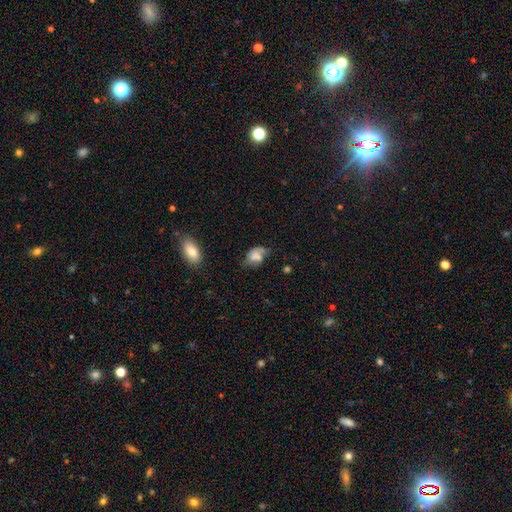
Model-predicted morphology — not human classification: A smooth galaxy with no disk features (66%) that is in between round and cigar-shaped (84%).

Vote fractions:
- Smooth or featured? smooth: 66% / featured or disk: 22% / star or artifact: 12%
- How rounded? in between: 84% / round: 13% / cigar-shaped: 2%
- Merging? none: 37% / minor disturbance: 32% / major disturbance: 18% / merger: 13%